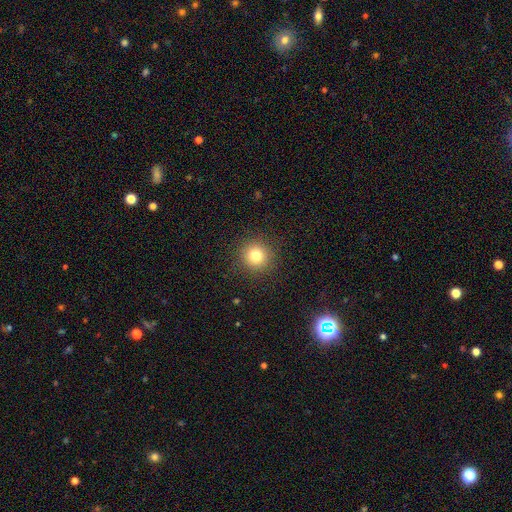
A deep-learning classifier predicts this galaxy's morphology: Smooth or featured? Predicted: smooth (p=0.80). How rounded? Predicted: round (p=0.94). Merging? Predicted: none (p=0.90).